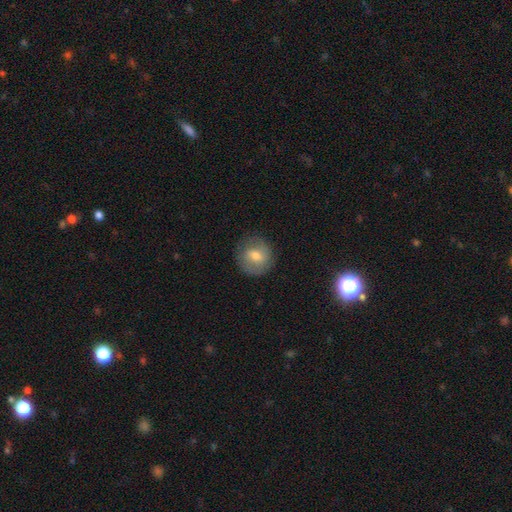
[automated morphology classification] This is likely a smooth galaxy (61%). How rounded: clearly round (89%). Merging: clearly none (84%).